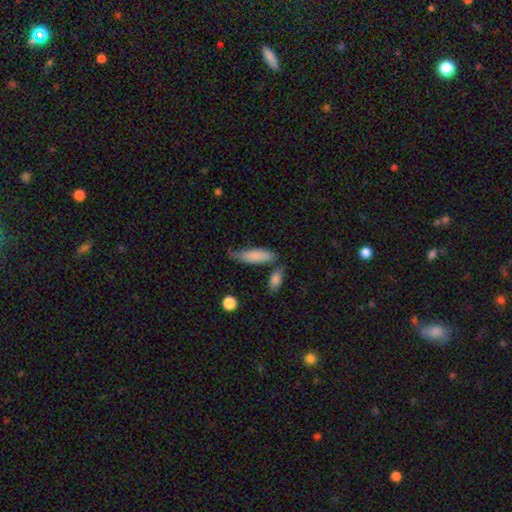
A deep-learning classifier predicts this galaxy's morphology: Smooth or featured?
  - smooth: 80% *
  - featured or disk: 14%
  - star or artifact: 6%
How rounded?
  - in between: 50% *
  - cigar-shaped: 48%
  - round: 2%
Merging?
  - none: 46% *
  - minor disturbance: 30%
  - merger: 13%
  - major disturbance: 11%